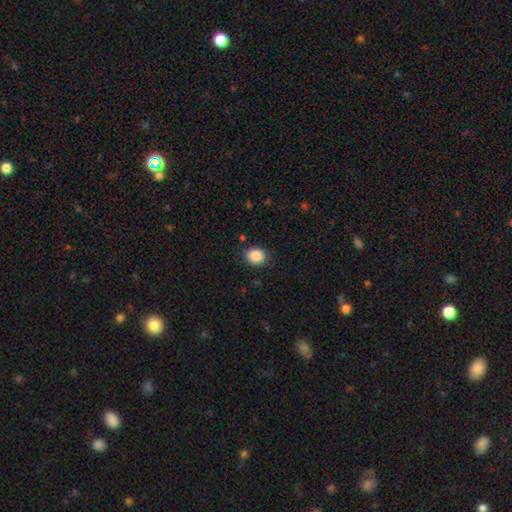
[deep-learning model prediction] smooth-or-featured: smooth: 87% | star or artifact: 8% | featured or disk: 4%
  how-rounded: round: 61% | in between: 38% | cigar-shaped: 1%
  merging: none: 88% | minor disturbance: 9% | major disturbance: 2% | merger: 1%